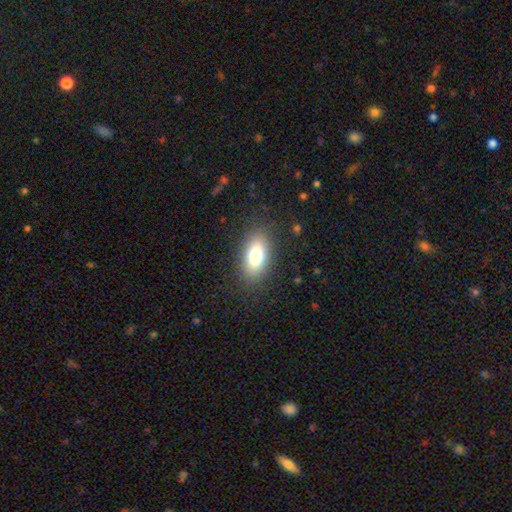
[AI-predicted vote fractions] Q: Smooth or featured?
A: smooth (78%); runner-up: featured or disk (14%)
Q: How rounded?
A: in between (88%); runner-up: cigar-shaped (8%)
Q: Merging?
A: none (85%); runner-up: minor disturbance (10%)